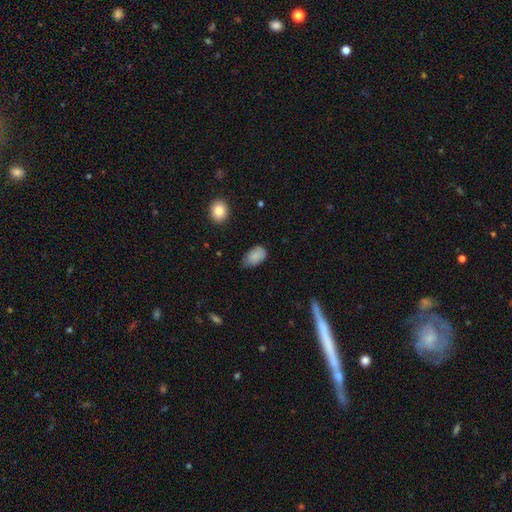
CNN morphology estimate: Overall: smooth (85%). How rounded: in between (91%). Merging: none (54%; minor disturbance 37%).